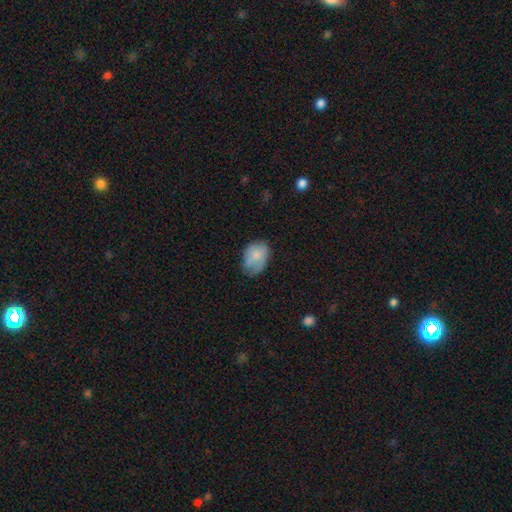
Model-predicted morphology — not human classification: Smooth or featured? smooth (75%)
How rounded? in between (75%)
Merging? none (47%)